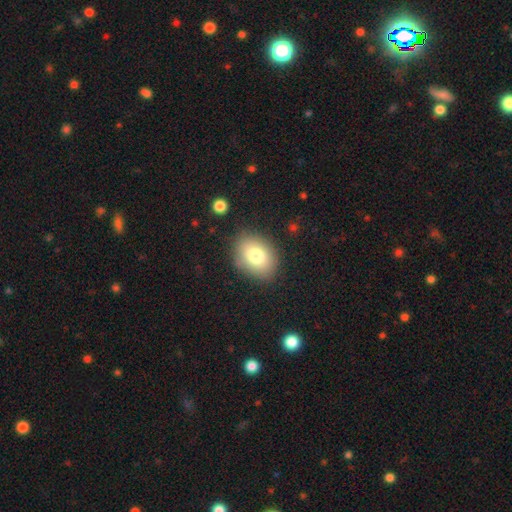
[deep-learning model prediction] smooth_or_featured: smooth (p=0.78) [alt: featured or disk p=0.13]
how_rounded: in between (p=0.70) [alt: round p=0.29]
merging: none (p=0.84) [alt: minor disturbance p=0.11]